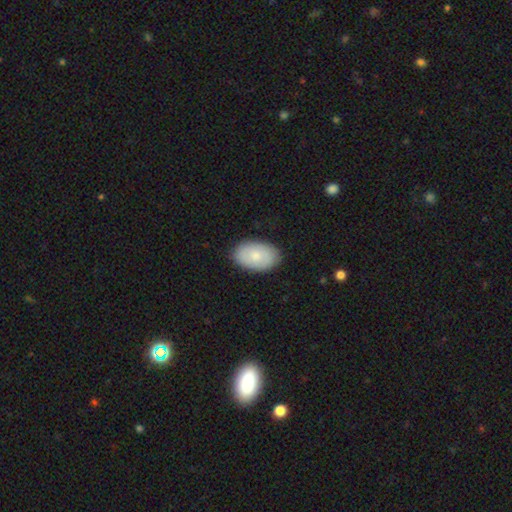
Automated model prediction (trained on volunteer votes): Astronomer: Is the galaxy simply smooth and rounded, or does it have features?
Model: smooth — 74%.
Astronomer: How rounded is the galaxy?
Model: in between — 92%.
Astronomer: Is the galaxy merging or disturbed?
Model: none — 87%.